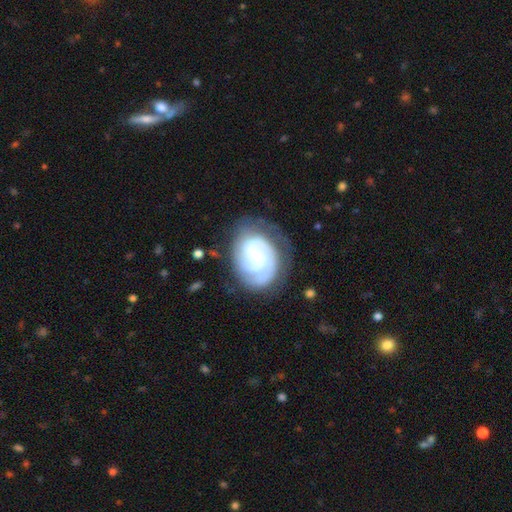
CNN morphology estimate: type=featured or disk (83%); edge-on=no (98%); bar=weak (46%); spiral arms=yes (96%); winding=tight (63%); arm count=2 (44%); bulge=small (63%); merging=none (69%).